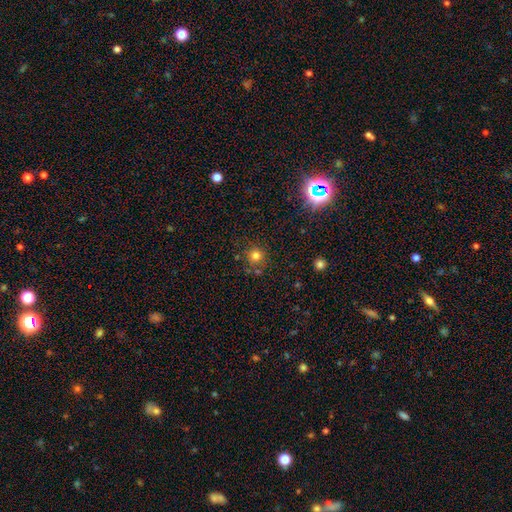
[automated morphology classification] This appears to be a smooth galaxy with no disk features (77%) that is round (92%). Merging: none (78%).